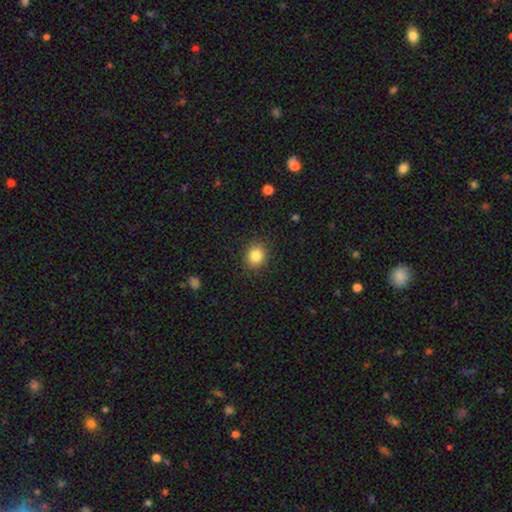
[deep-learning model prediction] Q: Smooth or featured?
A: smooth (84%); runner-up: star or artifact (10%)
Q: How rounded?
A: round (79%); runner-up: in between (20%)
Q: Merging?
A: none (89%); runner-up: minor disturbance (8%)